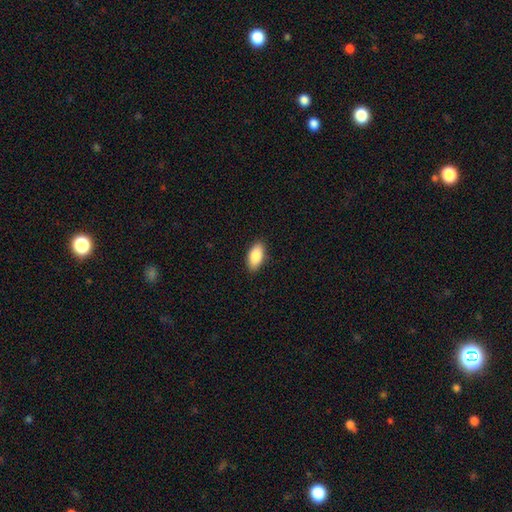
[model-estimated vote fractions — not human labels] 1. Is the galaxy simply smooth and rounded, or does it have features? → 87% smooth, 7% featured or disk, 6% star or artifact.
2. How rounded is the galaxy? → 91% in between, 6% cigar-shaped, 3% round.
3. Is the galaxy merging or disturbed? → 89% none, 8% minor disturbance, 2% major disturbance, 1% merger.